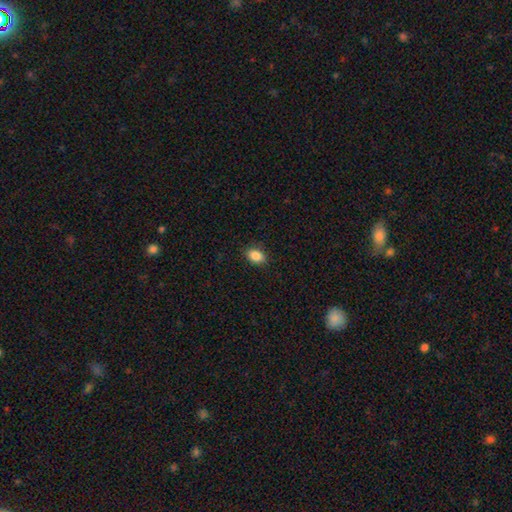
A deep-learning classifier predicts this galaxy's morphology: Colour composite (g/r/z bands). It shows a smooth galaxy with no disk features (87%) that is in between round and cigar-shaped (83%). Merging: none (89%).